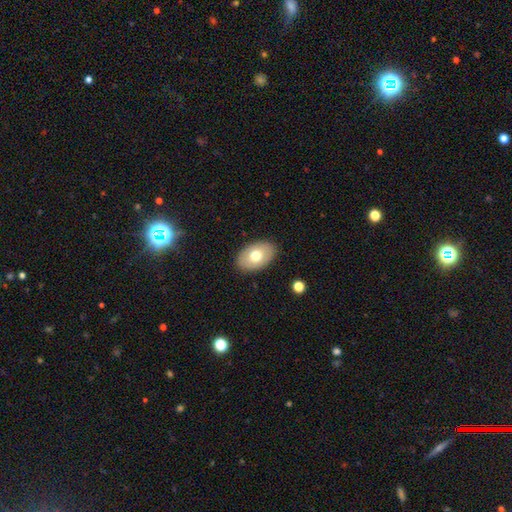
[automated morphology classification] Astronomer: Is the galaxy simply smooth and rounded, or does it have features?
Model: smooth — 68%.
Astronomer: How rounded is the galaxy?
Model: in between — 89%.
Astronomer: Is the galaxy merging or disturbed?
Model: none — 88%.